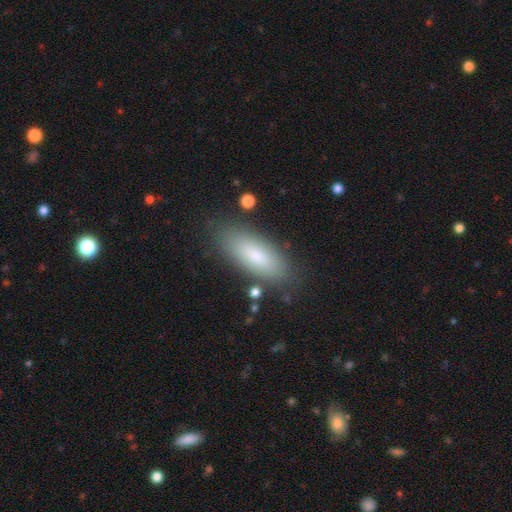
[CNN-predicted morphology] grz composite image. It shows a smooth galaxy with no disk features (78%) that is in between round and cigar-shaped (73%). Merging: none (83%).